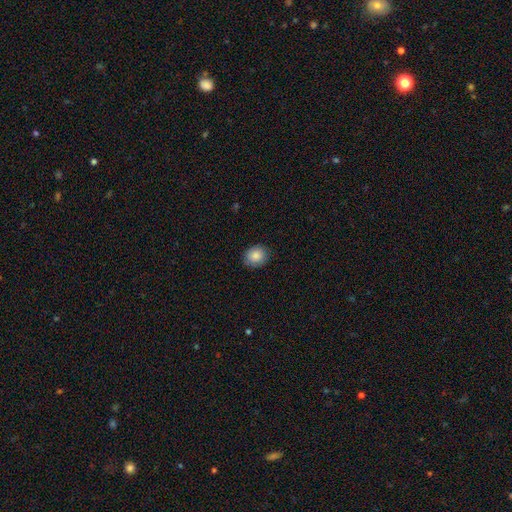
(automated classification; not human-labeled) This appears to be a smooth galaxy with no disk features (85%) that is round (68%). Merging: none (86%).